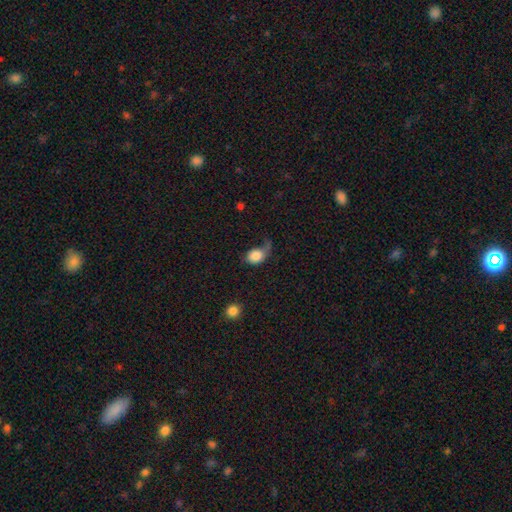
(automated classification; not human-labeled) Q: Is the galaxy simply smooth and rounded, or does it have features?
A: smooth — 80%.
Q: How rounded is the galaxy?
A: in between — 60%.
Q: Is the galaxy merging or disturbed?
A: major disturbance — 35%.